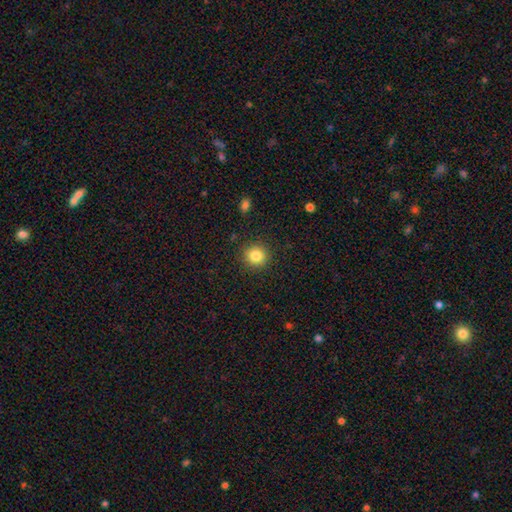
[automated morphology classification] Smooth or featured: smooth — 83% (star or artifact — 11%)
How rounded: round — 90% (in between — 9%)
Merging: none — 90% (minor disturbance — 6%)